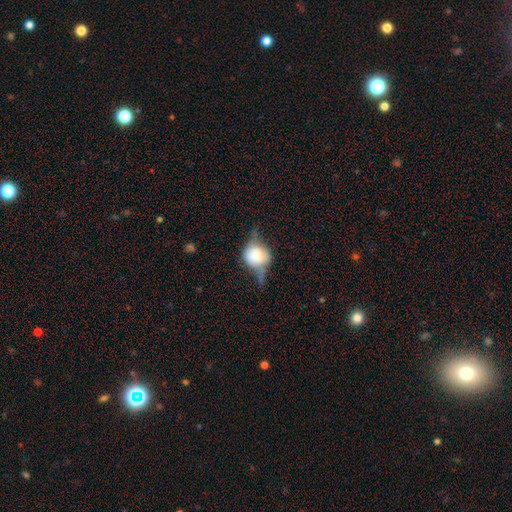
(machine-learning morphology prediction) featured or disk 47%, smooth 44%, star or artifact 9%. Down the decision tree: merging — none (42%).